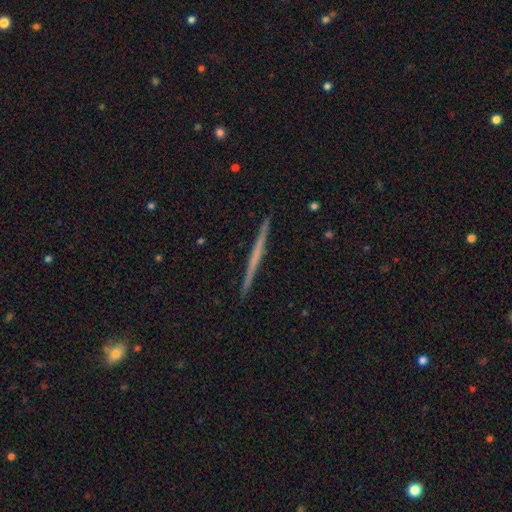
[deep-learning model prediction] Q: Smooth or featured?
A: featured or disk (60%); runner-up: smooth (35%)
Q: Edge-on disk?
A: yes (98%); runner-up: no (2%)
Q: Edge-on bulge?
A: none (87%); runner-up: rounded (9%)
Q: Merging?
A: none (93%); runner-up: minor disturbance (5%)